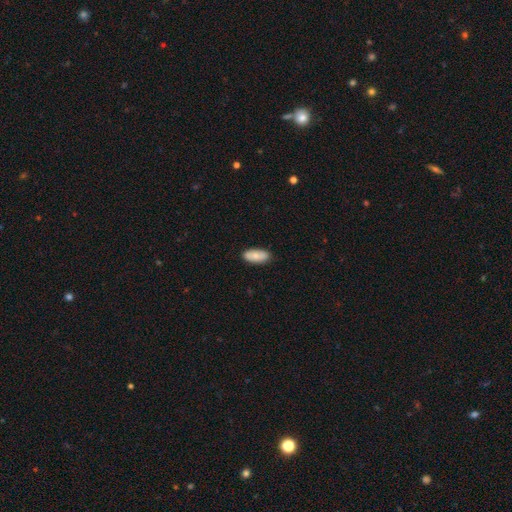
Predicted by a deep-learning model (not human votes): A smooth galaxy with no disk features (76%) that is in between round and cigar-shaped (89%).

Vote fractions:
- Smooth or featured? smooth: 76% / featured or disk: 18% / star or artifact: 6%
- How rounded? in between: 89% / cigar-shaped: 8% / round: 3%
- Merging? none: 86% / minor disturbance: 11% / major disturbance: 2% / merger: 1%